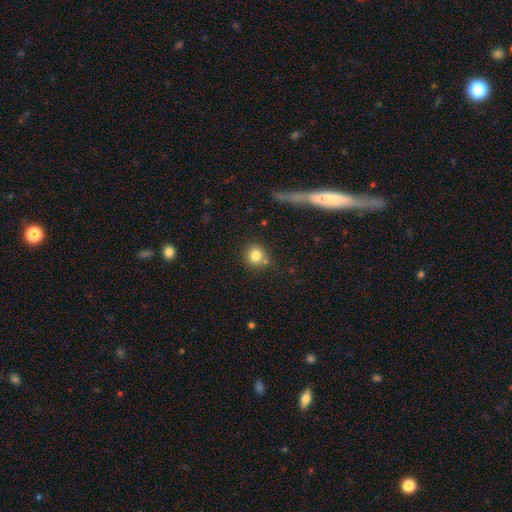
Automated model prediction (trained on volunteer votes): smooth-or-featured: smooth: 81% | star or artifact: 11% | featured or disk: 8%
  how-rounded: round: 91% | in between: 8% | cigar-shaped: 1%
  merging: none: 76% | minor disturbance: 11% | merger: 9% | major disturbance: 4%